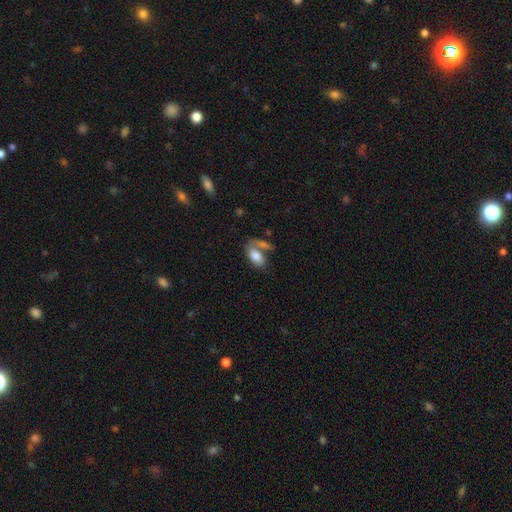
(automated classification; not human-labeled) Q: Smooth or featured?
A: smooth (78%); runner-up: featured or disk (16%)
Q: How rounded?
A: in between (92%); runner-up: round (5%)
Q: Merging?
A: merger (39%); runner-up: none (38%)